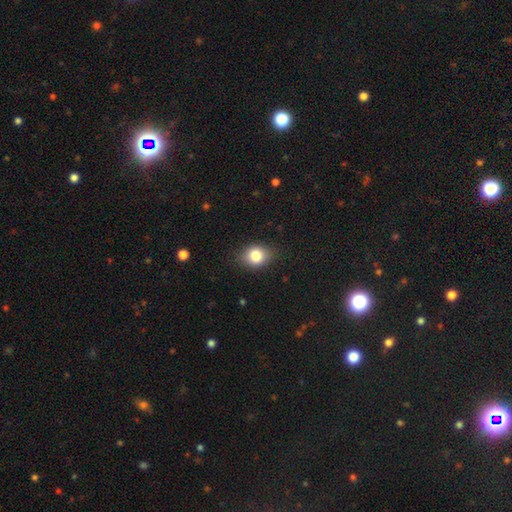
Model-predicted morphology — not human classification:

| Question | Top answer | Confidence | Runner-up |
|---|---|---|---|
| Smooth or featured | smooth | 80% | featured or disk (10%) |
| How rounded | in between | 55% | round (44%) |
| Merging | none | 82% | minor disturbance (14%) |